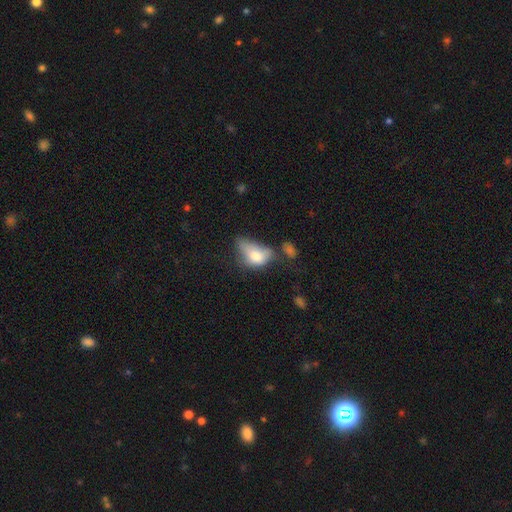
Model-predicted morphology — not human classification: Smooth or featured? smooth (70%)
How rounded? in between (86%)
Merging? major disturbance (35%)